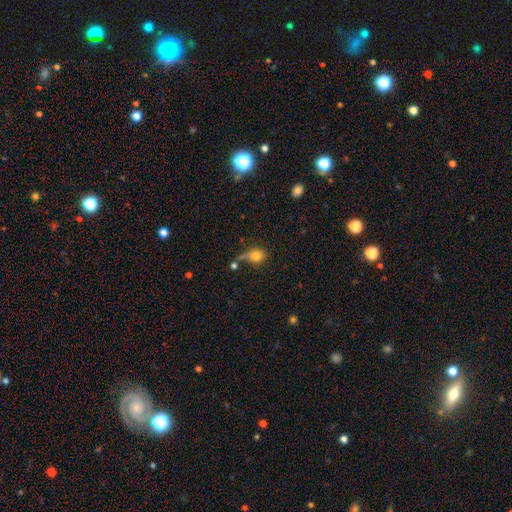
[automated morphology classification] A smooth galaxy with no disk features (77%) that is round (63%).

Vote fractions:
- Smooth or featured? smooth: 77% / featured or disk: 13% / star or artifact: 10%
- How rounded? round: 63% / in between: 35% / cigar-shaped: 2%
- Merging? none: 38% / major disturbance: 21% / merger: 20% / minor disturbance: 20%